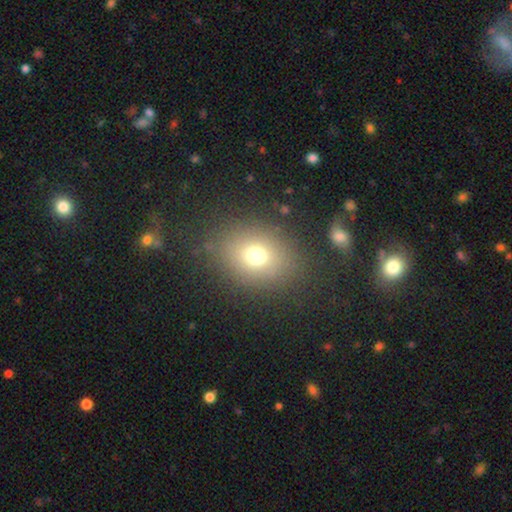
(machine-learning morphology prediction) Overall: smooth (70%). How rounded: round (53%; in between 46%). Merging: none (83%).